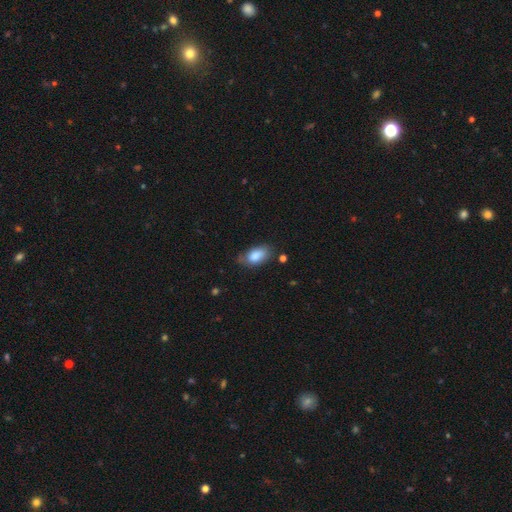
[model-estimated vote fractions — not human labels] Smooth or featured? smooth (85%)
How rounded? in between (92%)
Merging? none (64%)